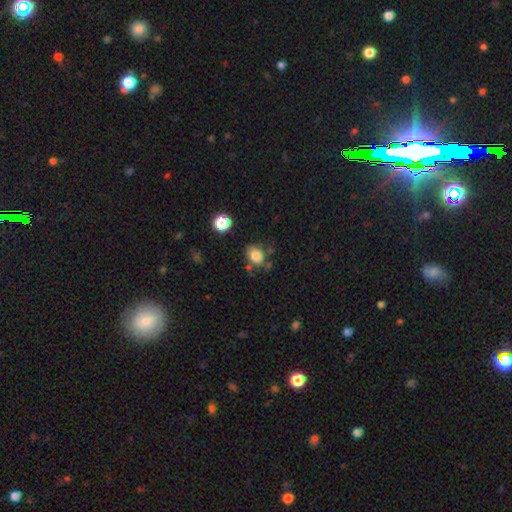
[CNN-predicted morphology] smooth_or_featured: smooth (p=0.81) [alt: star or artifact p=0.11]
how_rounded: in between (p=0.61) [alt: round p=0.38]
merging: none (p=0.64) [alt: minor disturbance p=0.19]